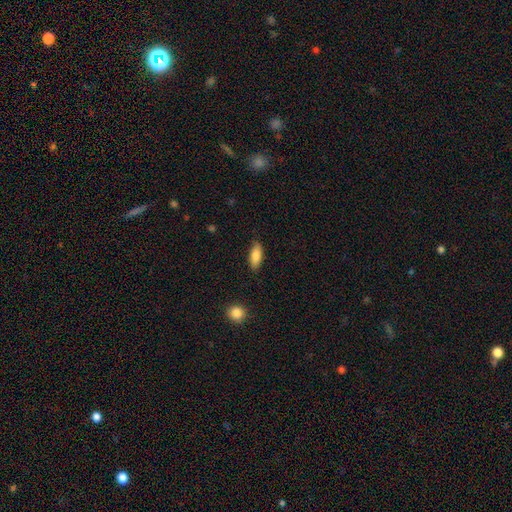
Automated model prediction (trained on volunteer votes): smooth 85%, featured or disk 8%, star or artifact 7%. Down the decision tree: how rounded — in between (79%); merging — none (85%).